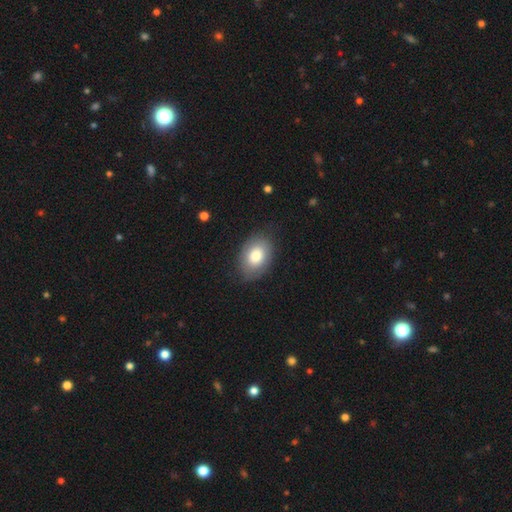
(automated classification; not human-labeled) A smooth galaxy with no disk features (77%) that is in between round and cigar-shaped (82%).

Vote fractions:
- Smooth or featured? smooth: 77% / featured or disk: 16% / star or artifact: 7%
- How rounded? in between: 82% / round: 17% / cigar-shaped: 1%
- Merging? none: 79% / minor disturbance: 16% / major disturbance: 4% / merger: 1%